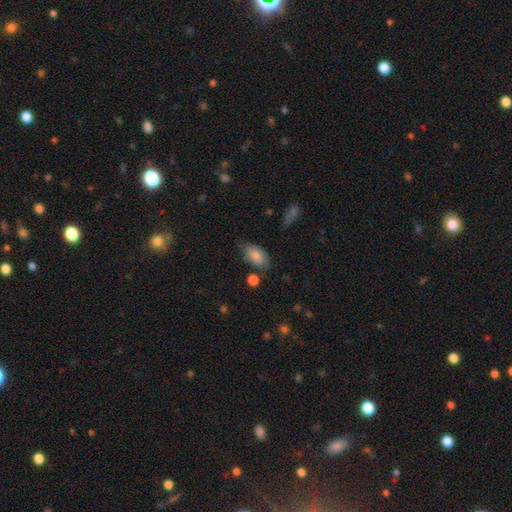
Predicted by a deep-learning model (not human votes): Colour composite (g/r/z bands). It shows a smooth galaxy with no disk features (79%) that is in between round and cigar-shaped (92%). Merging: none (66%).